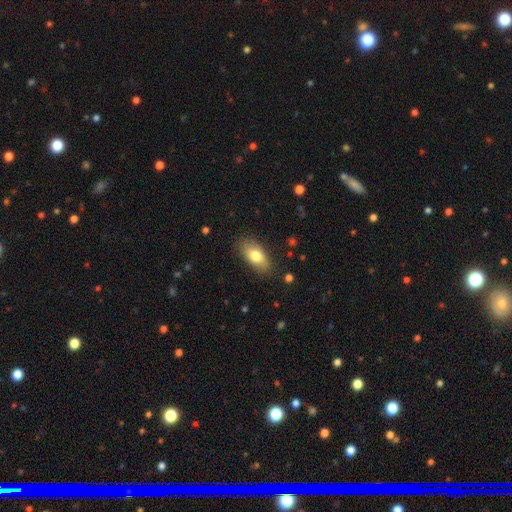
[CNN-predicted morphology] Q: Smooth or featured?
A: smooth (77%); runner-up: featured or disk (17%)
Q: How rounded?
A: in between (88%); runner-up: cigar-shaped (8%)
Q: Merging?
A: none (84%); runner-up: minor disturbance (12%)